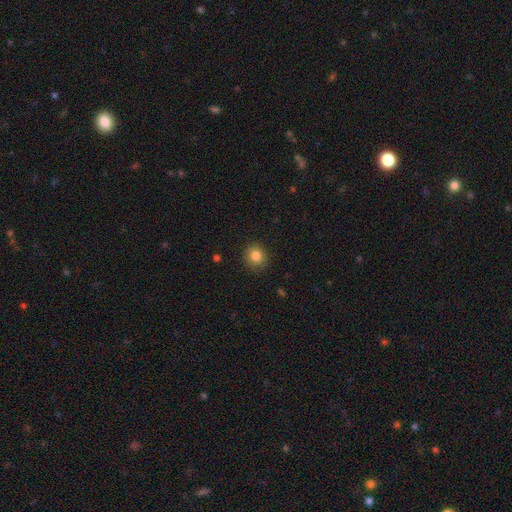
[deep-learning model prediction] Smooth or featured?
  - smooth: 84% *
  - star or artifact: 10%
  - featured or disk: 5%
How rounded?
  - round: 87% *
  - in between: 12%
  - cigar-shaped: 1%
Merging?
  - none: 88% *
  - minor disturbance: 9%
  - major disturbance: 2%
  - merger: 1%